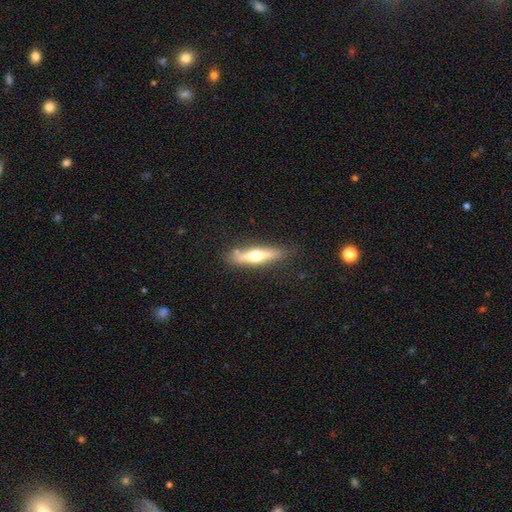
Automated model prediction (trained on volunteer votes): This appears to be a featured or disk galaxy (50%) viewed edge-on (91%). Merging: none (83%).